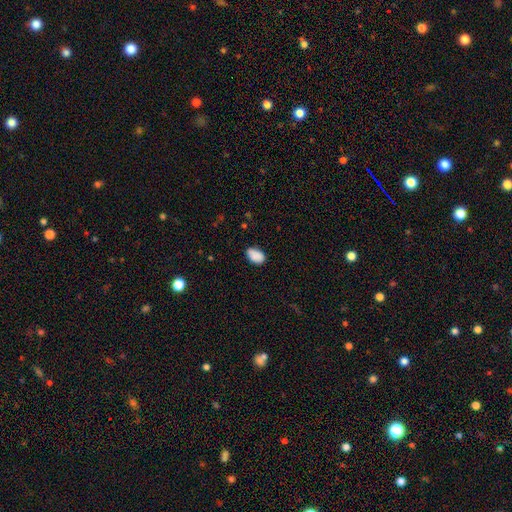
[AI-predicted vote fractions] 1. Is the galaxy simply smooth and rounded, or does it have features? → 87% smooth, 8% star or artifact, 5% featured or disk.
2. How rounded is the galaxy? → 90% in between, 9% round, 1% cigar-shaped.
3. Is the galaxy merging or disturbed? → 74% none, 21% minor disturbance, 3% major disturbance, 2% merger.